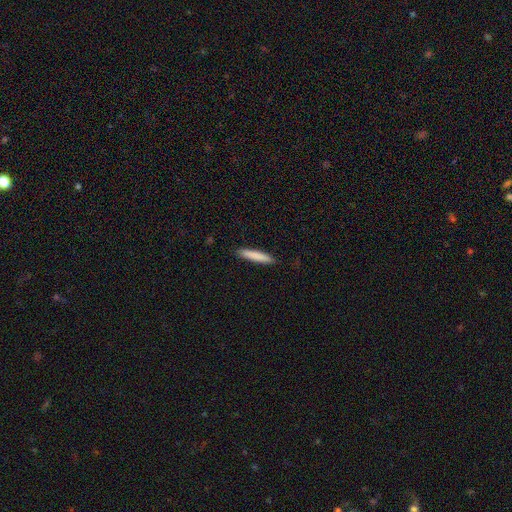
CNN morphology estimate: smooth_or_featured: smooth (p=0.83) [alt: featured or disk p=0.11]
how_rounded: cigar-shaped (p=0.92) [alt: in between p=0.07]
merging: none (p=0.90) [alt: minor disturbance p=0.07]